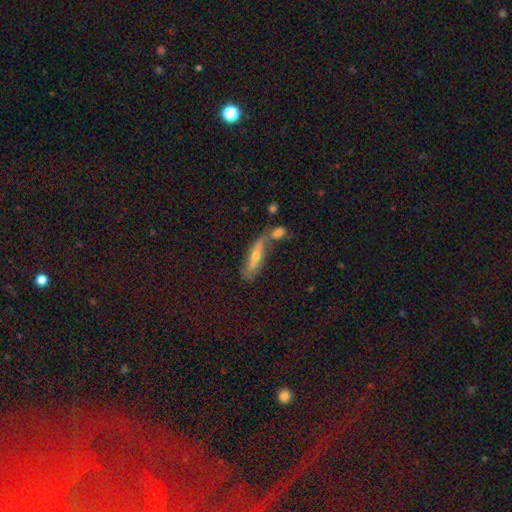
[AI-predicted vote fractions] smooth-or-featured: featured or disk: 50% | smooth: 37% | star or artifact: 13%
  disk-edge-on: no: 53% | yes: 47%
  merging: merger: 38% | none: 35% | minor disturbance: 16% | major disturbance: 12%